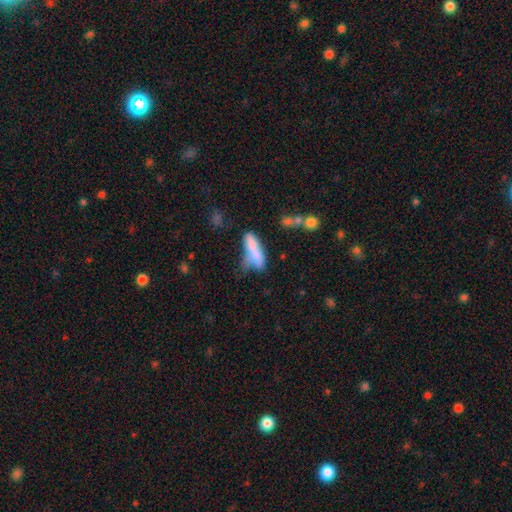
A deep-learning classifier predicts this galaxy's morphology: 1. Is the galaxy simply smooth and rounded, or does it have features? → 69% smooth, 22% featured or disk, 9% star or artifact.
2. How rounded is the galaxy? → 53% cigar-shaped, 45% in between, 3% round.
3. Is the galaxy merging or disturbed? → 29% none, 27% merger, 23% minor disturbance, 22% major disturbance.